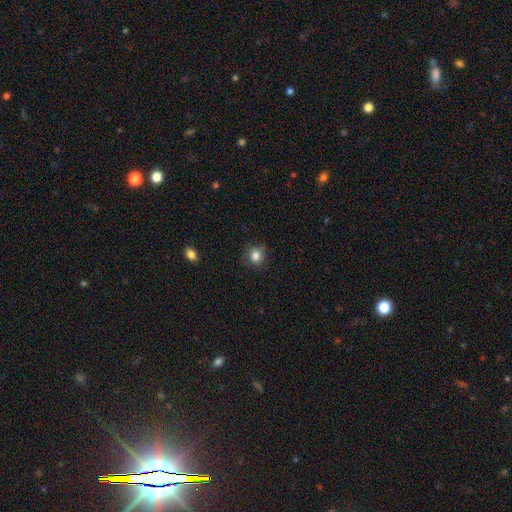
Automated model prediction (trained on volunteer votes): This appears to be a smooth galaxy with no disk features (84%) that is round (85%). Merging: none (82%).